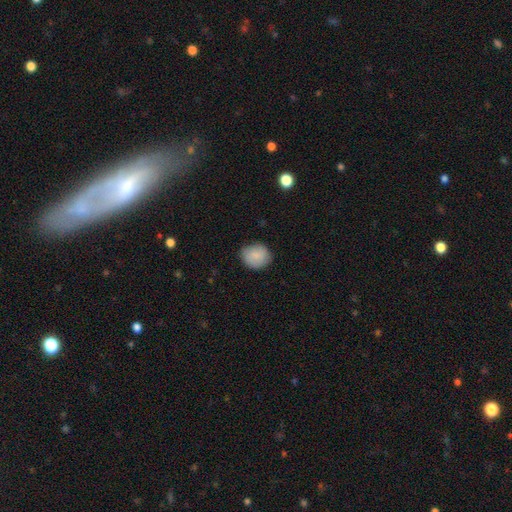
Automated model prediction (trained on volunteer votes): Smooth or featured? smooth (86%)
How rounded? round (76%)
Merging? none (77%)